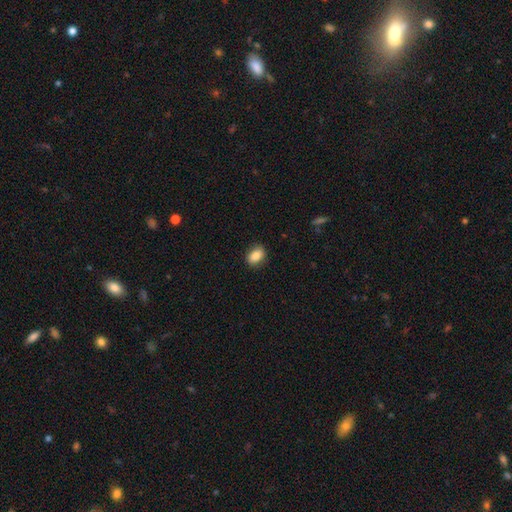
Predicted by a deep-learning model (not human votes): A smooth galaxy with no disk features (86%) that is in between round and cigar-shaped (79%).

Vote fractions:
- Smooth or featured? smooth: 86% / star or artifact: 8% / featured or disk: 6%
- How rounded? in between: 79% / round: 19% / cigar-shaped: 2%
- Merging? none: 86% / minor disturbance: 11% / major disturbance: 2% / merger: 1%